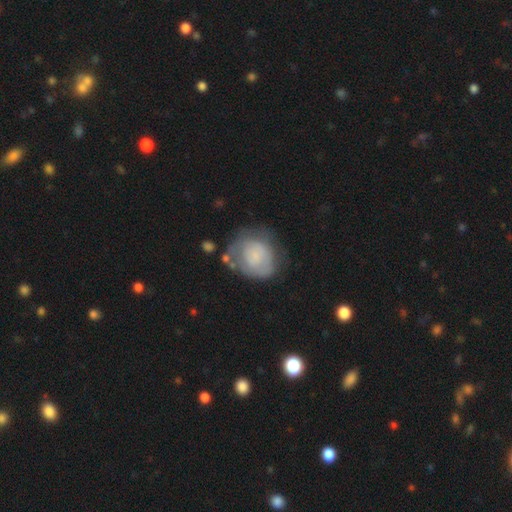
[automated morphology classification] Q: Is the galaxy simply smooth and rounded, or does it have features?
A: smooth — 54%.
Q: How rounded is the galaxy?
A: round — 70%.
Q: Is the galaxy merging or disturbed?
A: none — 45%.